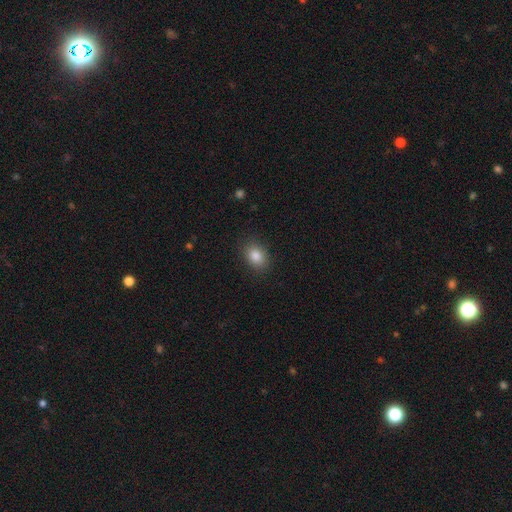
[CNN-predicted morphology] type=smooth (85%); roundness=in between (70%); merging=none (86%).